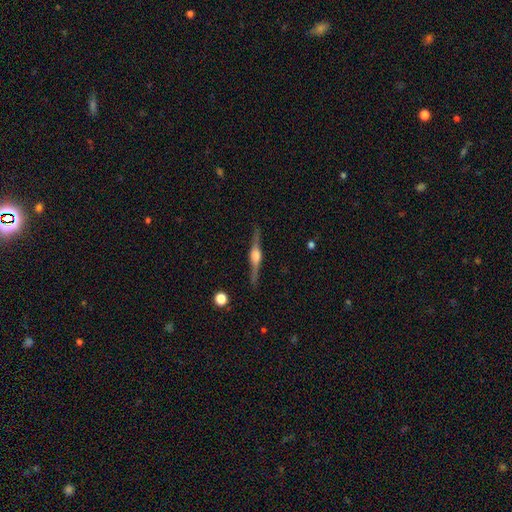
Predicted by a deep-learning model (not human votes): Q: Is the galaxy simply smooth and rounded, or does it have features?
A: featured or disk — 84%.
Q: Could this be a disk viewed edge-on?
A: yes — 98%.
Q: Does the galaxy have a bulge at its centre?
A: rounded — 86%.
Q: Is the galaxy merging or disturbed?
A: none — 88%.